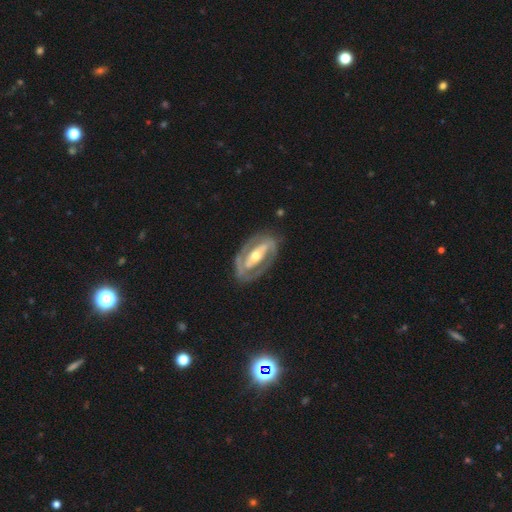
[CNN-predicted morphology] Smooth or featured? Predicted: featured or disk (p=0.83). Edge-on disk? Predicted: no (p=0.93). Bar? Predicted: strong (p=0.49). Spiral arms? Predicted: yes (p=0.71). Spiral winding? Predicted: tight (p=0.50). Spiral arm count? Predicted: 2 (p=0.79). Bulge size? Predicted: moderate (p=0.65). Merging? Predicted: none (p=0.78).